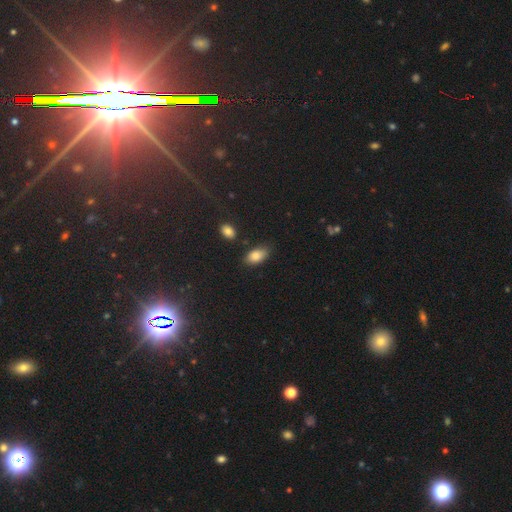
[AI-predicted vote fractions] Smooth or featured: smooth — 83% (star or artifact — 9%)
How rounded: in between — 92% (round — 6%)
Merging: none — 77% (minor disturbance — 15%)